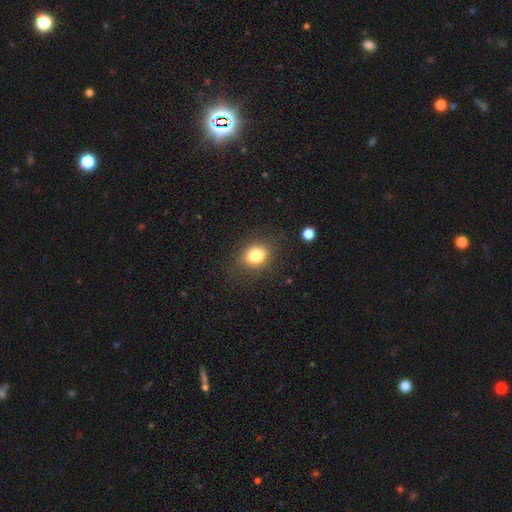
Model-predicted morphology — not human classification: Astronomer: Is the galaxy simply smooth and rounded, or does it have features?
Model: smooth — 80%.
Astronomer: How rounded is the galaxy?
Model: round — 54% (runner-up: in between, 46%).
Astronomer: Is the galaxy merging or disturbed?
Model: none — 81%.